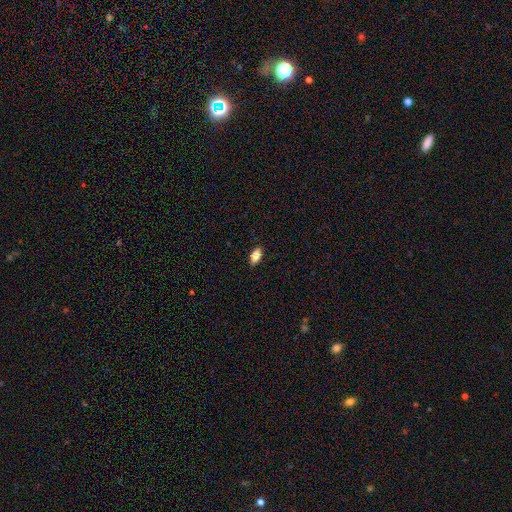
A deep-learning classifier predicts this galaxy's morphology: A smooth galaxy with no disk features (83%) that is in between round and cigar-shaped (89%).

Vote fractions:
- Smooth or featured? smooth: 83% / featured or disk: 9% / star or artifact: 8%
- How rounded? in between: 89% / cigar-shaped: 7% / round: 4%
- Merging? none: 88% / minor disturbance: 9% / major disturbance: 2% / merger: 1%